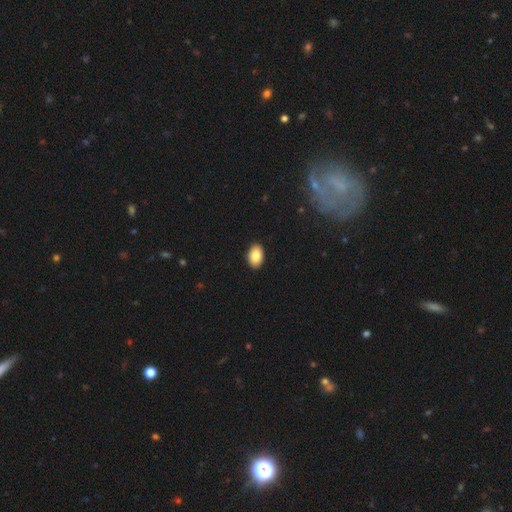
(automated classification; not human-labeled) Smooth or featured?
  - smooth: 87% *
  - star or artifact: 7%
  - featured or disk: 6%
How rounded?
  - in between: 87% *
  - round: 12%
  - cigar-shaped: 1%
Merging?
  - none: 91% *
  - minor disturbance: 7%
  - major disturbance: 2%
  - merger: 1%